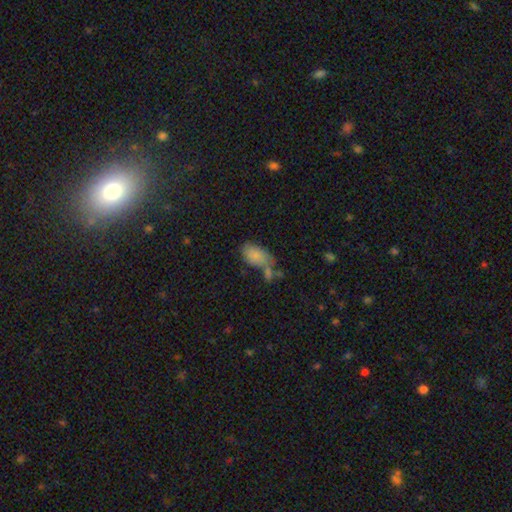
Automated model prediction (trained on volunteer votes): A smooth galaxy with no disk features (77%) that is in between round and cigar-shaped (93%). Merging: none (37%).